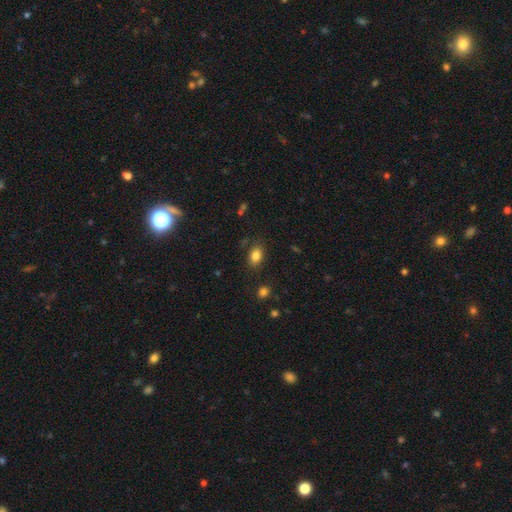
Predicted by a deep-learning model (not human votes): smooth_or_featured: smooth (p=0.84) [alt: star or artifact p=0.10]
how_rounded: in between (p=0.80) [alt: round p=0.19]
merging: none (p=0.82) [alt: minor disturbance p=0.12]